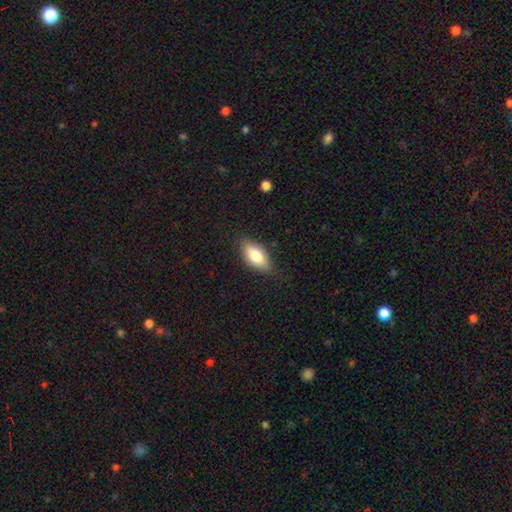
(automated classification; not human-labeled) Smooth or featured?
  - smooth: 75% *
  - featured or disk: 18%
  - star or artifact: 7%
How rounded?
  - in between: 87% *
  - cigar-shaped: 9%
  - round: 4%
Merging?
  - none: 81% *
  - minor disturbance: 15%
  - major disturbance: 3%
  - merger: 1%